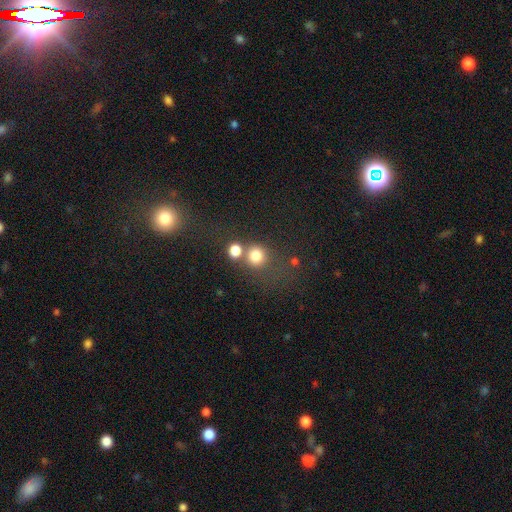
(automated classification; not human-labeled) A smooth galaxy with no disk features (77%) that is round (86%). Merging: none (52%).